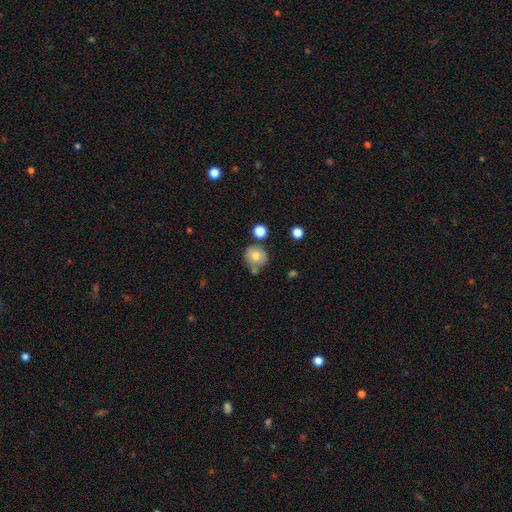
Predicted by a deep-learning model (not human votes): Smooth or featured? Predicted: smooth (p=0.73). How rounded? Predicted: round (p=0.86). Merging? Predicted: none (p=0.59).